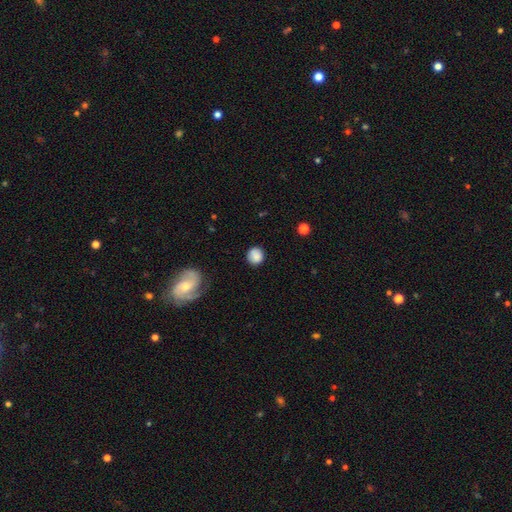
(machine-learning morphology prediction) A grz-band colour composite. It shows a smooth galaxy with no disk features (83%) that is round (87%). Merging: none (82%).